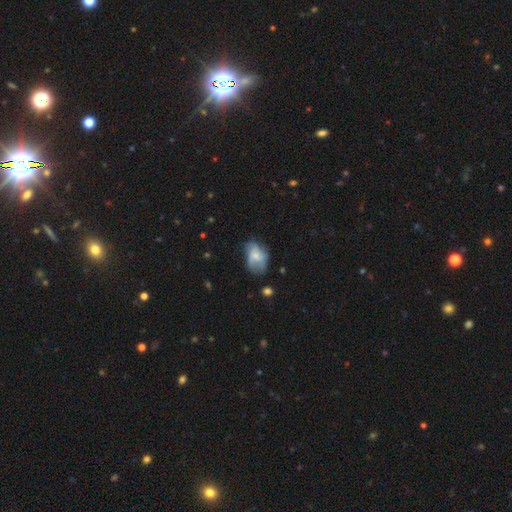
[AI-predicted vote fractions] smooth 54%, featured or disk 38%, star or artifact 8%. Down the decision tree: how rounded — in between (83%); merging — none (45%).